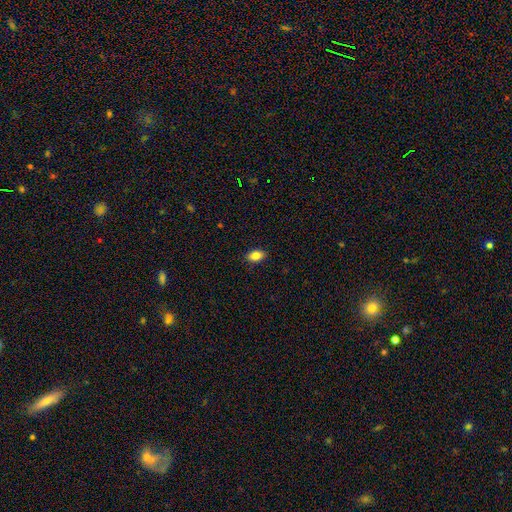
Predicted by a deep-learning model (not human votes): The model was most divided on "smooth or featured": smooth: 84%, star or artifact: 8%, featured or disk: 7%. More confident: merging — none (89%); how rounded — in between (89%).